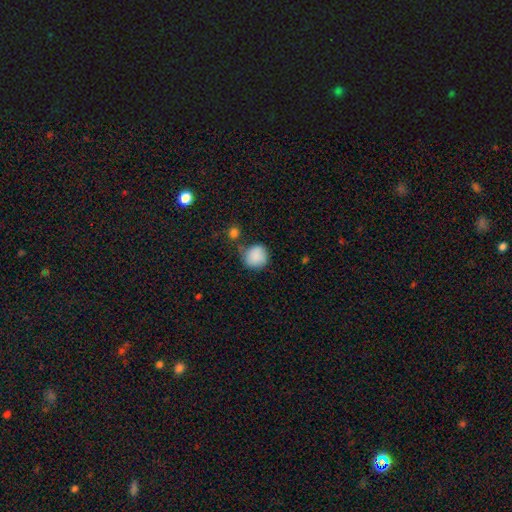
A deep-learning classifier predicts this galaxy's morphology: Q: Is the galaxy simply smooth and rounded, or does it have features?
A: smooth — 87%.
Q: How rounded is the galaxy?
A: round — 87%.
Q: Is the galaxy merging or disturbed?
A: none — 63%.